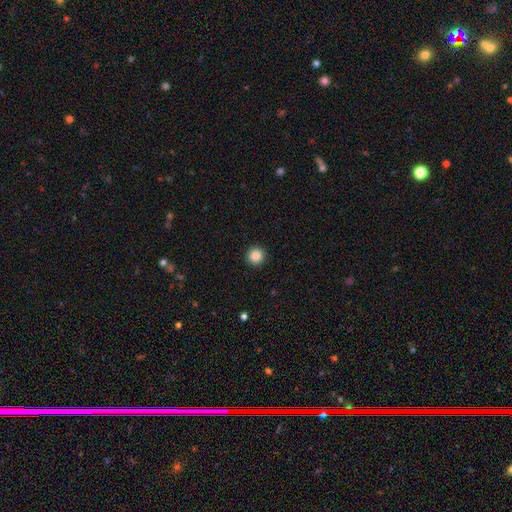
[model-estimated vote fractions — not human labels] Overall: smooth (86%). How rounded: round (96%). Merging: none (93%).